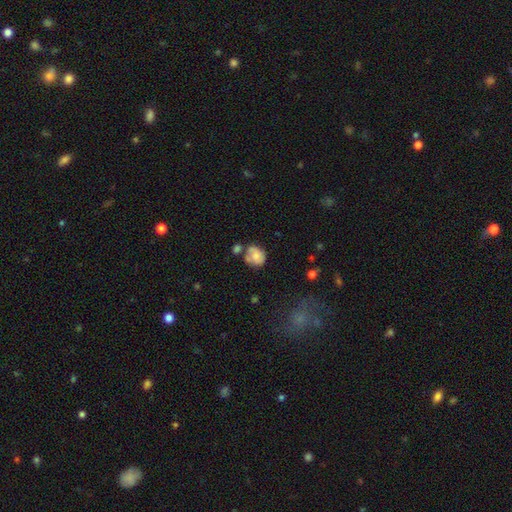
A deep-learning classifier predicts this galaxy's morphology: smooth-or-featured: smooth: 59% | featured or disk: 32% | star or artifact: 9%
  how-rounded: round: 64% | in between: 35% | cigar-shaped: 1%
  merging: none: 42% | minor disturbance: 25% | merger: 21% | major disturbance: 11%